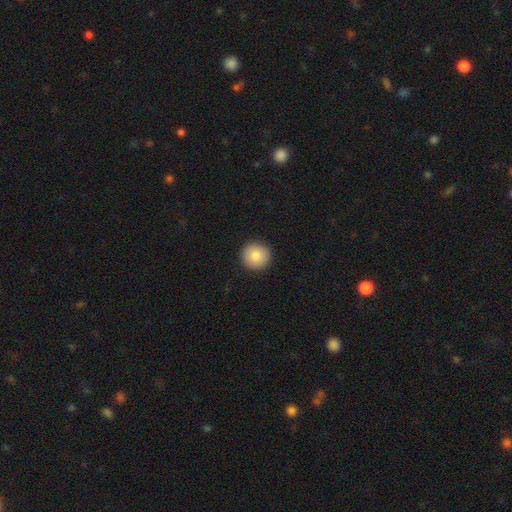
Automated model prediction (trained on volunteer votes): This is clearly a smooth galaxy (86%). How rounded: clearly round (95%). Merging: clearly none (93%).